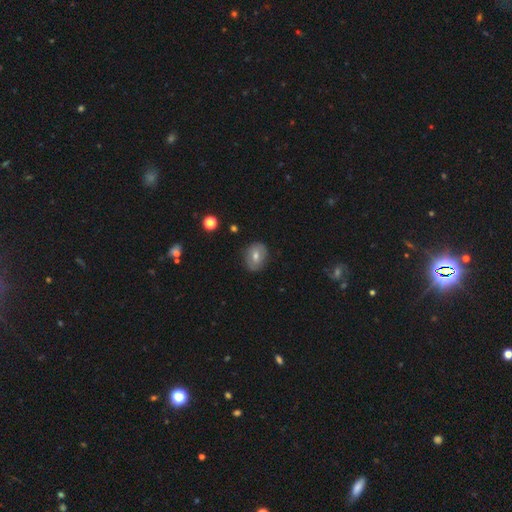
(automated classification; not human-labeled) This appears to be a smooth galaxy with no disk features (51%) that is in between round and cigar-shaped (55%). Merging: none (82%).